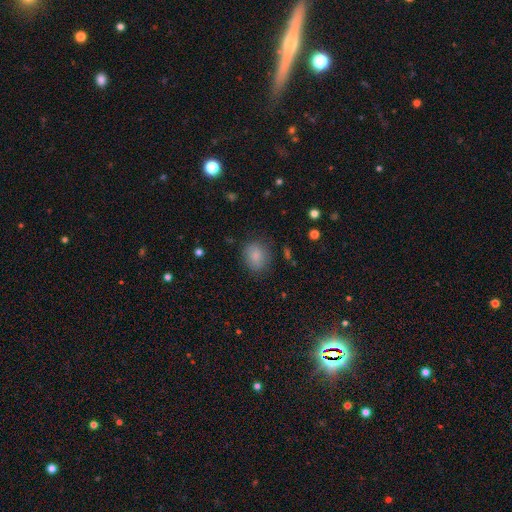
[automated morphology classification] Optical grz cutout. It shows a smooth galaxy with no disk features (83%) that is round (65%). Merging: none (79%).